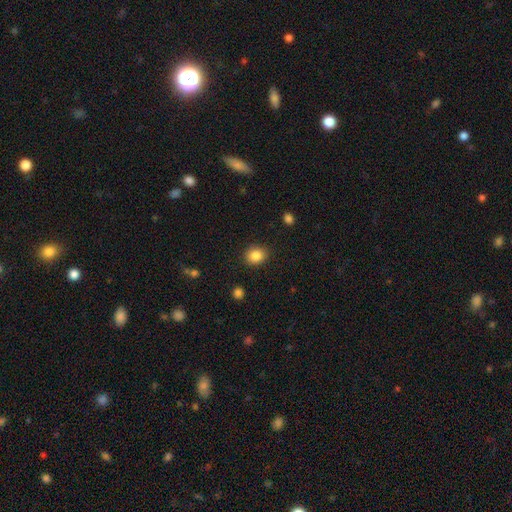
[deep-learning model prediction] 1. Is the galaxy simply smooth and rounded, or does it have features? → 87% smooth, 9% star or artifact, 4% featured or disk.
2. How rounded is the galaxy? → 61% round, 38% in between, 1% cigar-shaped.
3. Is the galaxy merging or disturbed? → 88% none, 8% minor disturbance, 3% major disturbance, 1% merger.